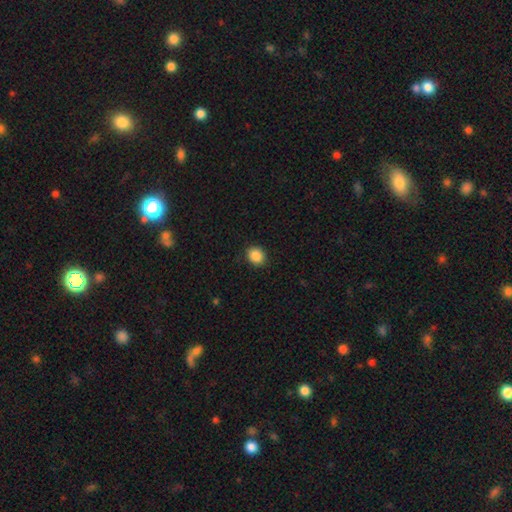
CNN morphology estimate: The model was most divided on "how rounded": round: 67%, in between: 32%, cigar-shaped: 1%. More confident: merging — none (90%); smooth or featured — smooth (88%).